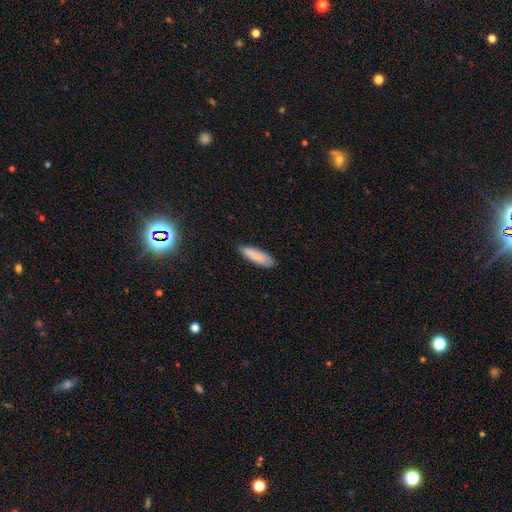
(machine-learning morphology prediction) This is clearly a smooth galaxy (84%). How rounded: possibly cigar-shaped (52%). Merging: likely none (79%).